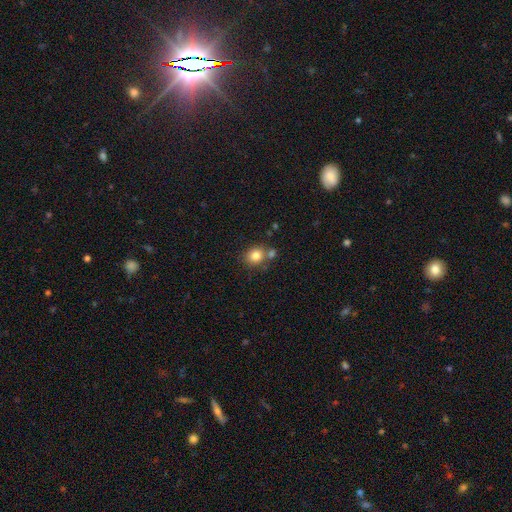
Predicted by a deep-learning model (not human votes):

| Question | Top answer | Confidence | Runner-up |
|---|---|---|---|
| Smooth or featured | smooth | 82% | star or artifact (10%) |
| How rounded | round | 73% | in between (26%) |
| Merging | none | 63% | merger (23%) |